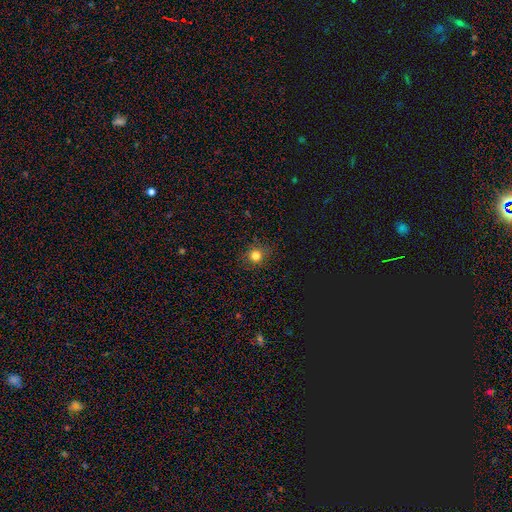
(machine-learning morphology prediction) A smooth galaxy with no disk features (79%) that is round (90%). Merging: none (89%).